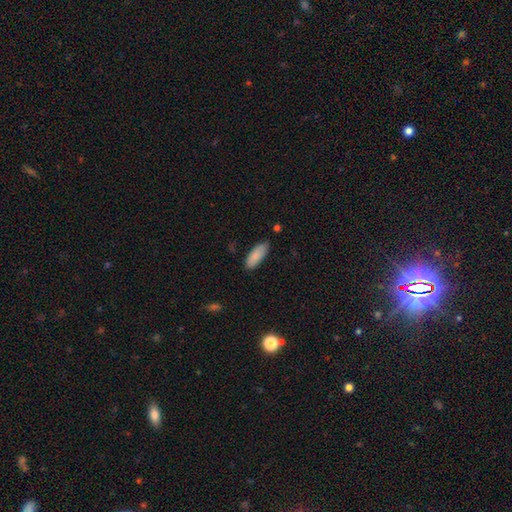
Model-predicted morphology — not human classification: Smooth or featured? Predicted: smooth (p=0.86). How rounded? Predicted: in between (p=0.76). Merging? Predicted: none (p=0.79).